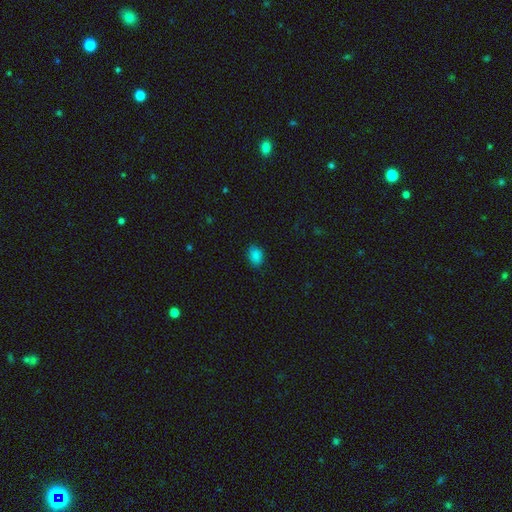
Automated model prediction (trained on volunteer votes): Q: Smooth or featured?
A: smooth (85%); runner-up: star or artifact (11%)
Q: How rounded?
A: in between (66%); runner-up: round (33%)
Q: Merging?
A: none (85%); runner-up: minor disturbance (12%)